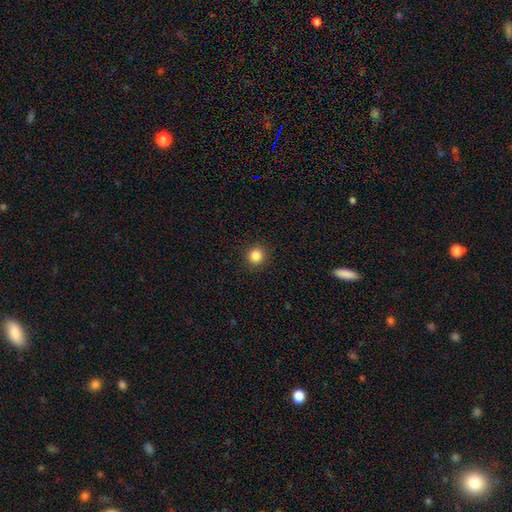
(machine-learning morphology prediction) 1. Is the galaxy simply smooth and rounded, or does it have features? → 85% smooth, 11% star or artifact, 3% featured or disk.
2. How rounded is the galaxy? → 92% round, 7% in between, 1% cigar-shaped.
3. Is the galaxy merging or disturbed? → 92% none, 6% minor disturbance, 2% major disturbance, 1% merger.